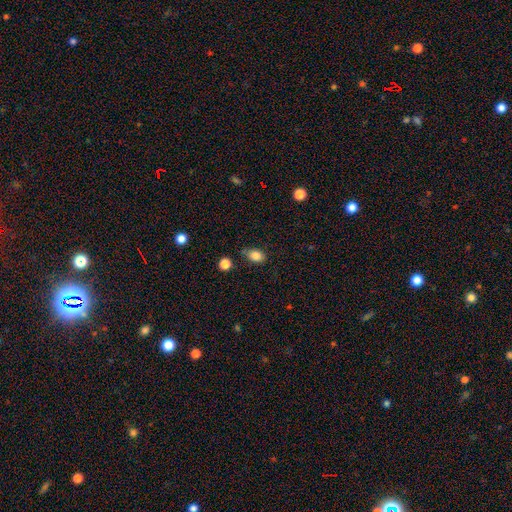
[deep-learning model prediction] Morphology: type=smooth (84%); roundness=in between (78%); merging=none (69%).